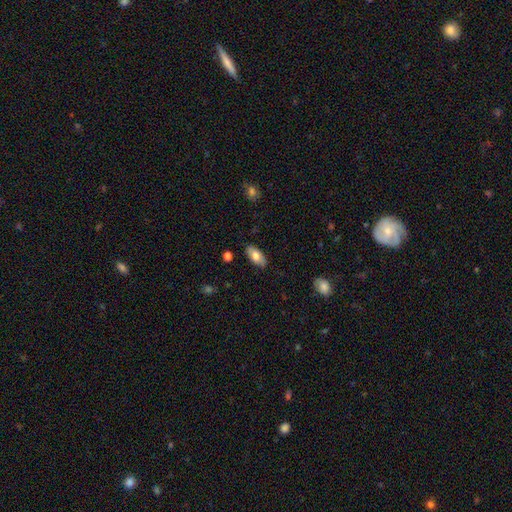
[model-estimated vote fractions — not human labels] This is likely a smooth galaxy (72%). How rounded: clearly in between (92%). Merging: clearly none (85%).